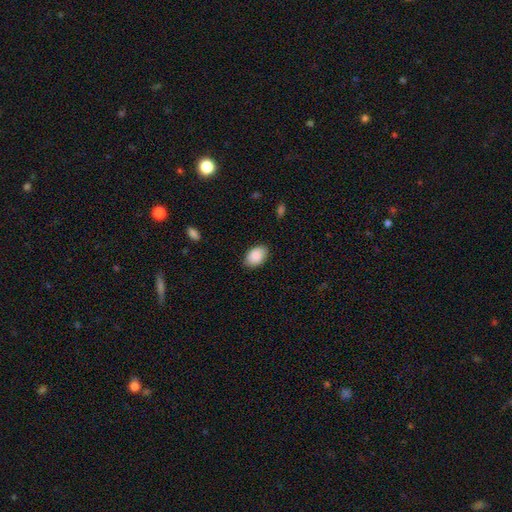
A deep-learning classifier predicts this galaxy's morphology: This appears to be a smooth galaxy with no disk features (89%) that is in between round and cigar-shaped (87%). Merging: none (86%).